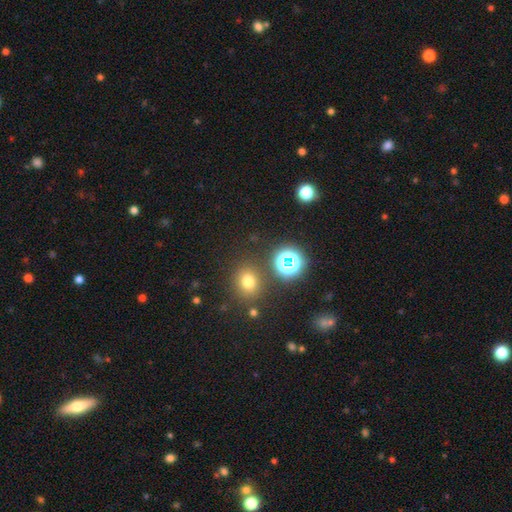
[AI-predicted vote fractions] Q: Smooth or featured?
A: star or artifact (47%); runner-up: smooth (46%)